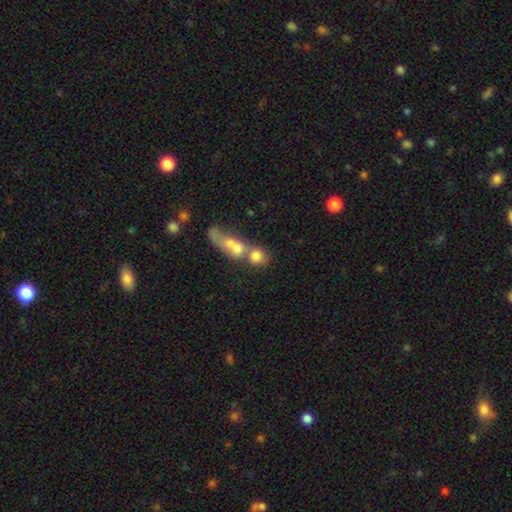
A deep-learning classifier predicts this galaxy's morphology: Smooth or featured: smooth — 69% (featured or disk — 21%)
How rounded: round — 60% (in between — 33%)
Merging: merger — 66% (none — 21%)